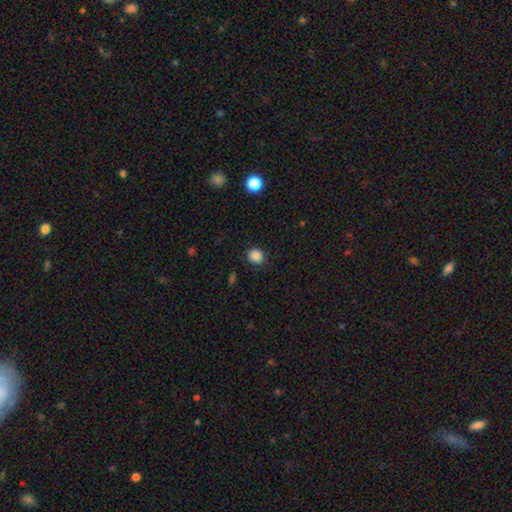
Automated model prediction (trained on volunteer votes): Smooth or featured: smooth — 86% (star or artifact — 11%)
How rounded: round — 78% (in between — 21%)
Merging: none — 87% (minor disturbance — 9%)